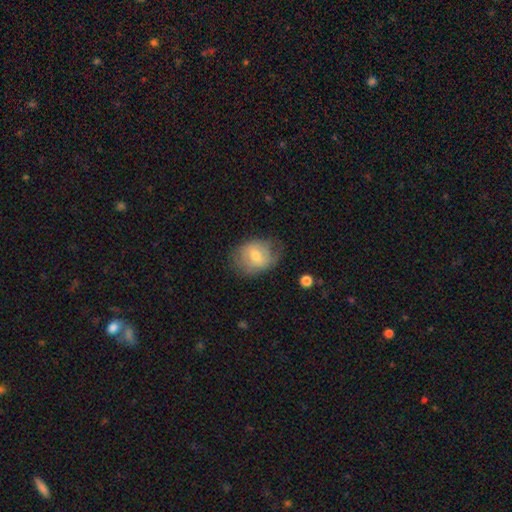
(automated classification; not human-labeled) Q: Smooth or featured?
A: smooth (56%); runner-up: featured or disk (36%)
Q: How rounded?
A: in between (51%); runner-up: round (48%)
Q: Merging?
A: none (61%); runner-up: minor disturbance (26%)